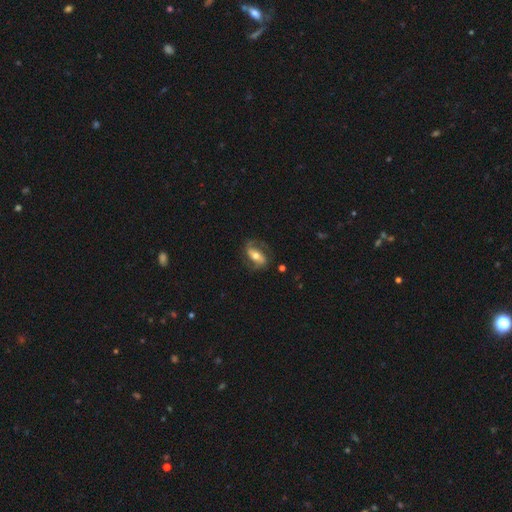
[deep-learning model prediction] This appears to be a featured or disk galaxy (73%) with a strong bar (45%), 2 (85%) medium (43%) spiral arms (87%) and a moderate central bulge (67%). Merging: none (70%).